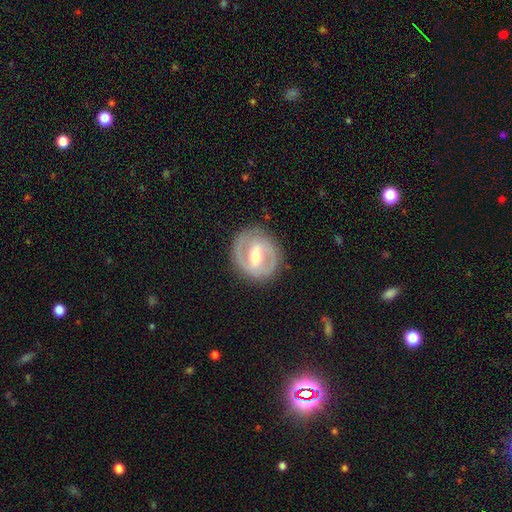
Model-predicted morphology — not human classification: Smooth or featured? Predicted: featured or disk (p=0.77). Edge-on disk? Predicted: no (p=0.96). Bar? Predicted: strong (p=0.42). Spiral arms? Predicted: yes (p=0.69). Spiral winding? Predicted: tight (p=0.46). Spiral arm count? Predicted: 2 (p=0.83). Bulge size? Predicted: moderate (p=0.73). Merging? Predicted: none (p=0.85).